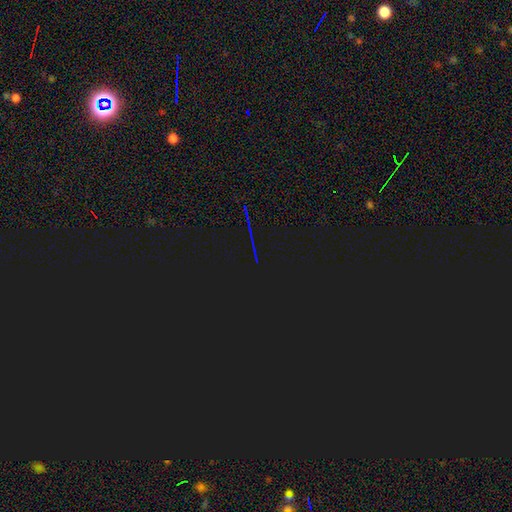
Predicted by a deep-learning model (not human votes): This appears to be a star or artifact, not a galaxy (84%).